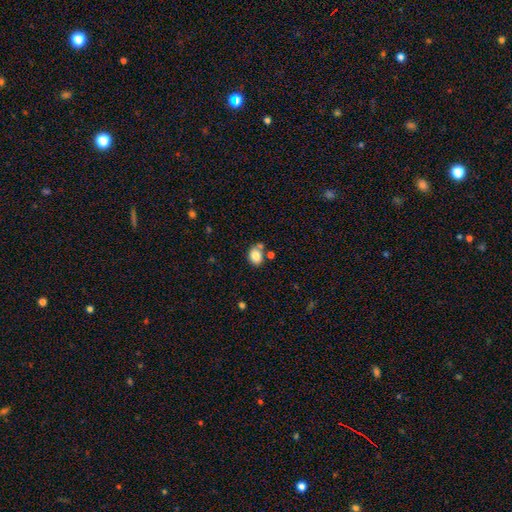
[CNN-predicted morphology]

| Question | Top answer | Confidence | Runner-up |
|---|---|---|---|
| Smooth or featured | smooth | 83% | star or artifact (10%) |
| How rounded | round | 55% | in between (44%) |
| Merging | none | 60% | merger (19%) |